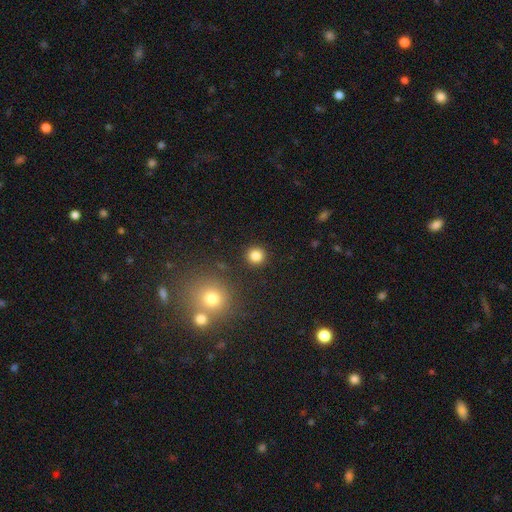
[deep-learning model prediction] Morphology: type=smooth (83%); roundness=round (94%); merging=none (91%).